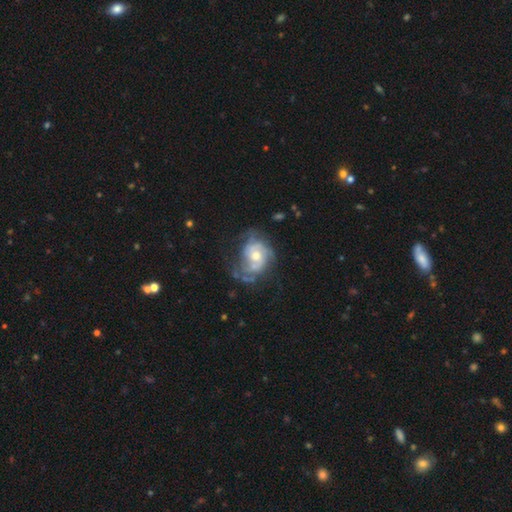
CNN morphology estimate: This is clearly a featured or disk galaxy (80%). It is clearly not viewed edge-on (98%). Bar: likely no (69%). Spiral arm pattern: clearly yes (90%). Spiral arm count: marginally 2 (35%). Spiral winding: possibly tight (47%). Central bulge: likely moderate (64%). Merging: possibly none (49%).